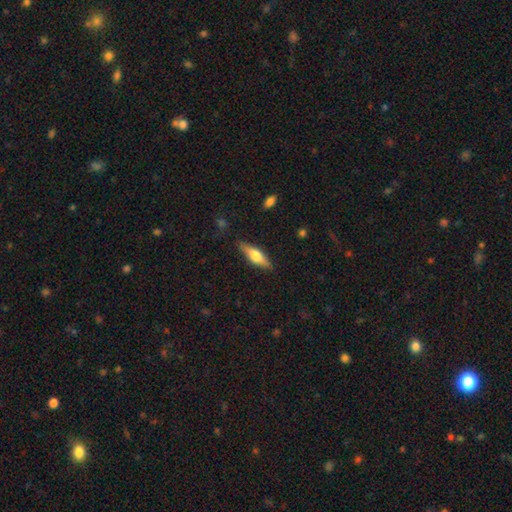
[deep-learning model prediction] Smooth or featured? featured or disk (48%)
Merging? none (86%)